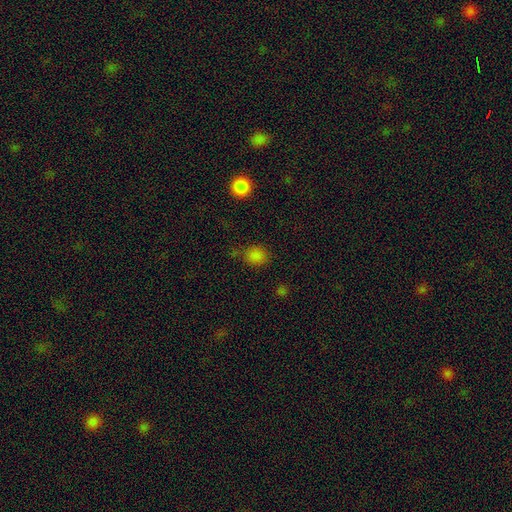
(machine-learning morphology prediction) This appears to be a smooth galaxy with no disk features (81%) that is round (69%). Merging: none (74%).